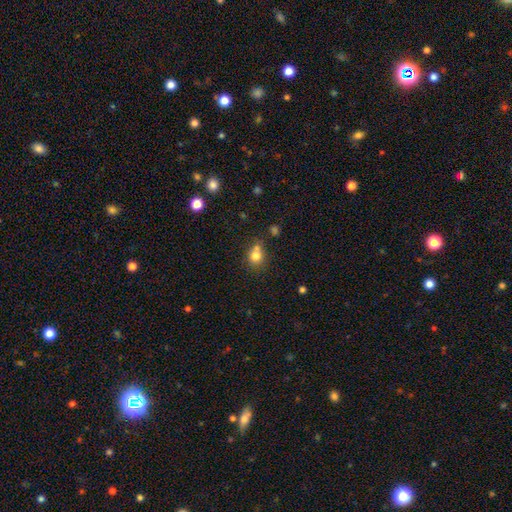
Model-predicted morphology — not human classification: smooth_or_featured: smooth (p=0.77) [alt: star or artifact p=0.12]
how_rounded: round (p=0.76) [alt: in between p=0.23]
merging: none (p=0.53) [alt: merger p=0.28]